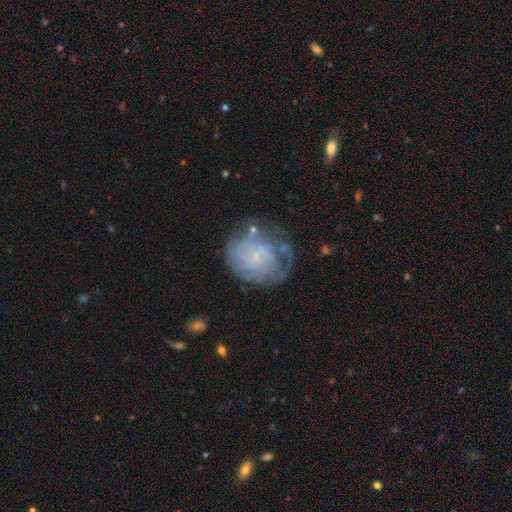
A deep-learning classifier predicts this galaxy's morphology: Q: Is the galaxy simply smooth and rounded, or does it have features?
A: featured or disk — 63%.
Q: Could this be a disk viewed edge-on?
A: no — 98%.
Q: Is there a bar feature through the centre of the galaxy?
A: no — 73%.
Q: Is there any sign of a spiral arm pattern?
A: yes — 74%.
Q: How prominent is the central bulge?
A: small — 57%.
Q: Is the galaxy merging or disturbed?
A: none — 49%.